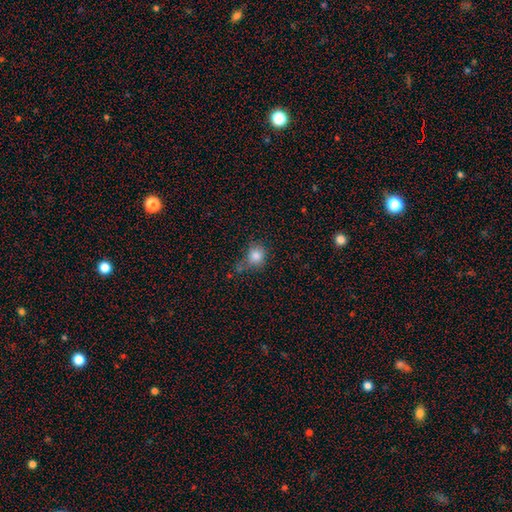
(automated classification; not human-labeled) Smooth or featured?
  - smooth: 82% *
  - star or artifact: 11%
  - featured or disk: 7%
How rounded?
  - round: 75% *
  - in between: 24%
  - cigar-shaped: 1%
Merging?
  - none: 52% *
  - minor disturbance: 27%
  - major disturbance: 11%
  - merger: 10%